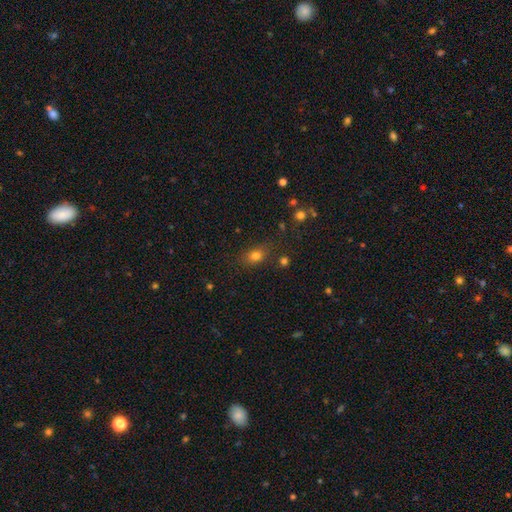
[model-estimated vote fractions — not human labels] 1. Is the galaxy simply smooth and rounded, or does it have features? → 77% smooth, 15% star or artifact, 8% featured or disk.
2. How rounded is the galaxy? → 57% in between, 40% round, 2% cigar-shaped.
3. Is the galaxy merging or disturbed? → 75% none, 15% minor disturbance, 5% major disturbance, 4% merger.